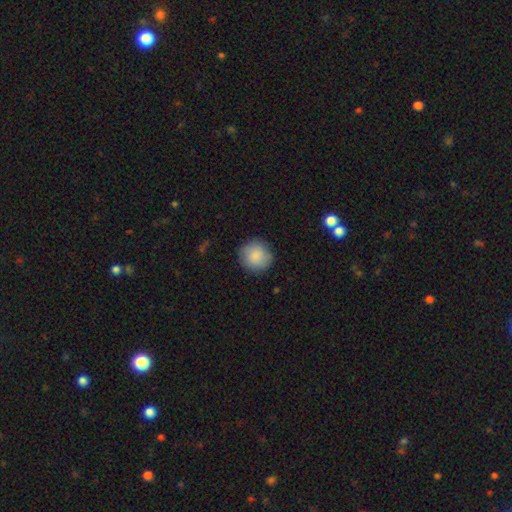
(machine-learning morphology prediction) A smooth galaxy with no disk features (86%) that is round (92%). Merging: none (86%).